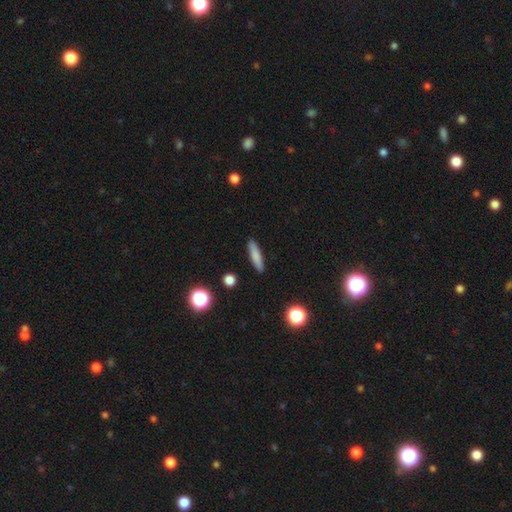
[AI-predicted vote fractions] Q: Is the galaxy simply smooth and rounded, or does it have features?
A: smooth — 80%.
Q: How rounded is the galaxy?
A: cigar-shaped — 81%.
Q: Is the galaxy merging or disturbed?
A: none — 90%.